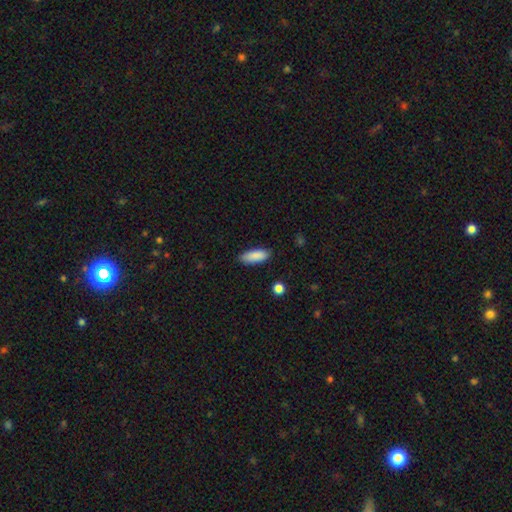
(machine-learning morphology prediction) Overall: smooth (89%). How rounded: in between (76%). Merging: none (85%).